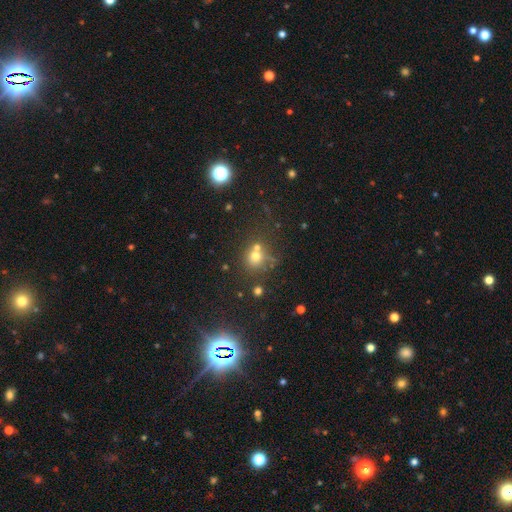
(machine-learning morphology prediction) Smooth or featured? smooth (59%)
How rounded? round (84%)
Merging? none (54%)